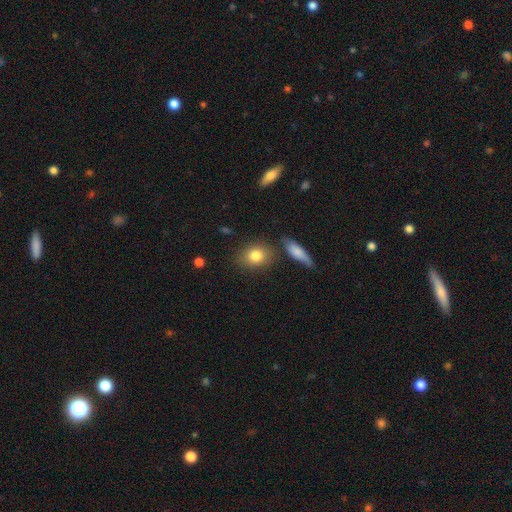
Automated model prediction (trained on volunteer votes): This appears to be a smooth galaxy with no disk features (81%) that is in between round and cigar-shaped (51%). Merging: none (76%).